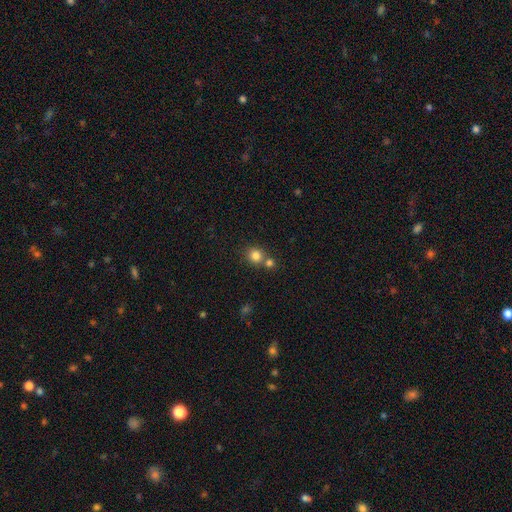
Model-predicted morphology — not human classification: The model was most divided on "merging": none: 59%, merger: 31%, minor disturbance: 7%, major disturbance: 3%. More confident: how rounded — round (87%); smooth or featured — smooth (81%).